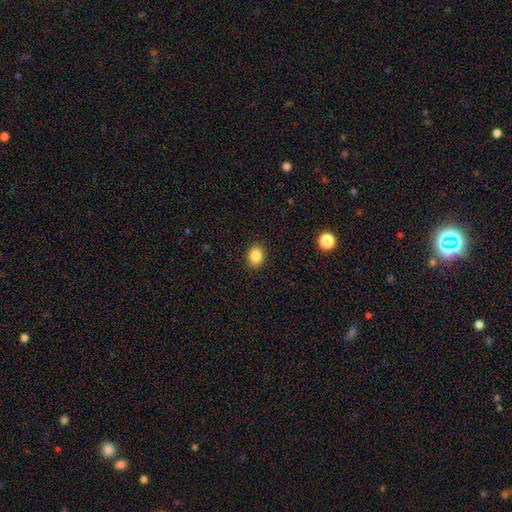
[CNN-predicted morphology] Q: Smooth or featured?
A: smooth (85%); runner-up: star or artifact (10%)
Q: How rounded?
A: in between (54%); runner-up: round (46%)
Q: Merging?
A: none (90%); runner-up: minor disturbance (7%)